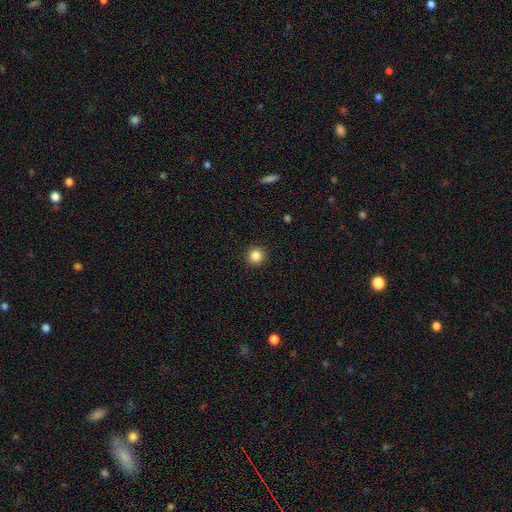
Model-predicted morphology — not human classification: Smooth or featured?
  - smooth: 85% *
  - star or artifact: 11%
  - featured or disk: 4%
How rounded?
  - round: 95% *
  - in between: 4%
  - cigar-shaped: 1%
Merging?
  - none: 93% *
  - minor disturbance: 4%
  - major disturbance: 2%
  - merger: 1%